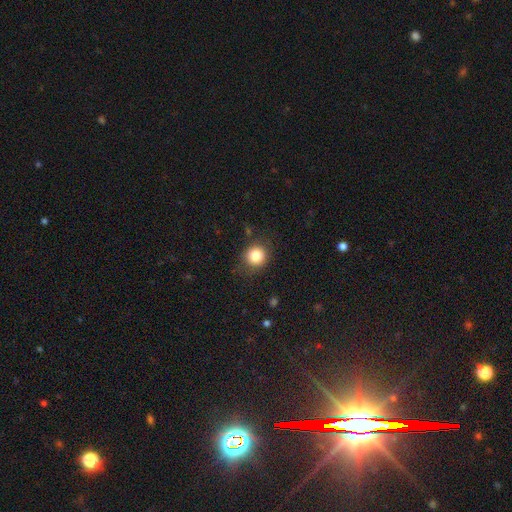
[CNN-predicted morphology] A smooth galaxy with no disk features (83%) that is round (89%). Merging: none (82%).